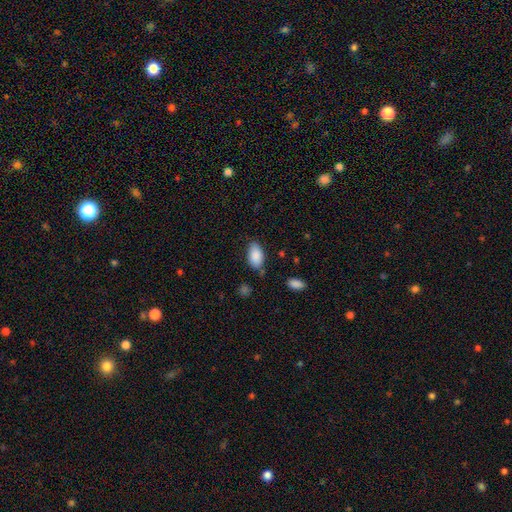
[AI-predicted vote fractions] Q: Smooth or featured?
A: smooth (88%); runner-up: star or artifact (7%)
Q: How rounded?
A: in between (94%); runner-up: round (4%)
Q: Merging?
A: none (76%); runner-up: minor disturbance (17%)